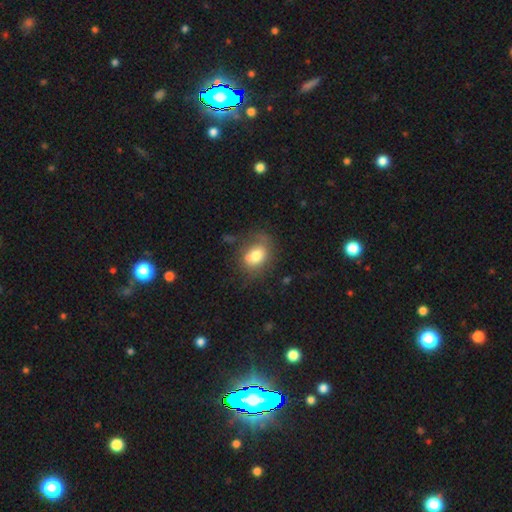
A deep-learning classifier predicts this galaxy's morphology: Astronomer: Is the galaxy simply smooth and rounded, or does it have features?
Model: smooth — 72%.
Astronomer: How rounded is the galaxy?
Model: in between — 56% (runner-up: round, 43%).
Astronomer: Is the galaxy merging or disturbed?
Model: none — 56%.